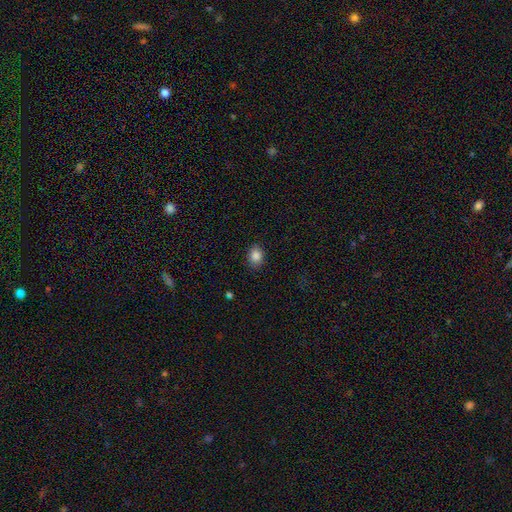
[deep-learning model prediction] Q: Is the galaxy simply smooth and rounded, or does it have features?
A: smooth — 86%.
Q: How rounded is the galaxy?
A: in between — 60%.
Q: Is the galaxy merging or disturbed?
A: none — 86%.